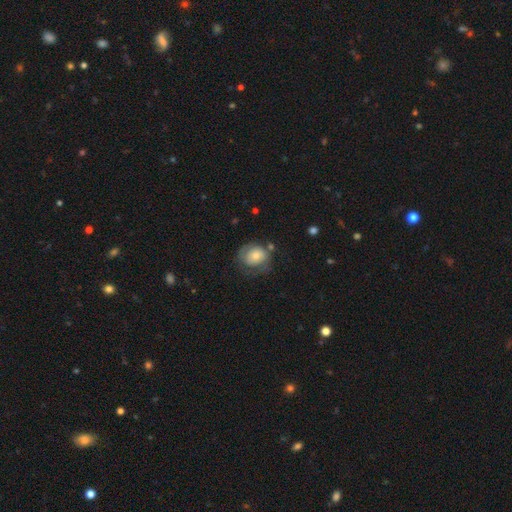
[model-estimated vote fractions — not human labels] smooth_or_featured: smooth (p=0.56) [alt: featured or disk p=0.36]
how_rounded: round (p=0.66) [alt: in between p=0.33]
merging: none (p=0.53) [alt: minor disturbance p=0.25]